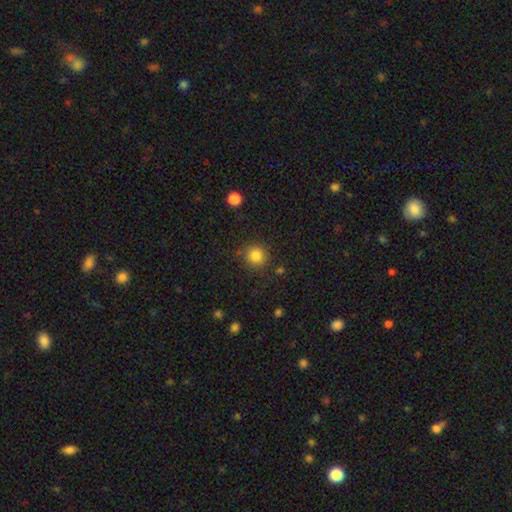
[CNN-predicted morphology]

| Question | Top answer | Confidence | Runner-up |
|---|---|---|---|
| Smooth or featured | smooth | 84% | star or artifact (11%) |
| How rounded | round | 91% | in between (8%) |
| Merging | none | 85% | minor disturbance (9%) |